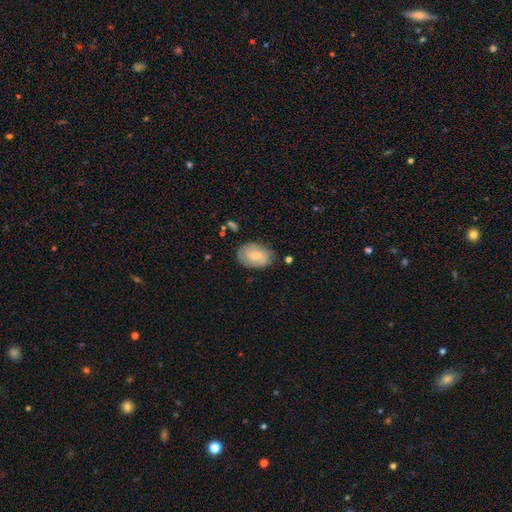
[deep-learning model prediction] Q: Smooth or featured?
A: smooth (59%); runner-up: featured or disk (33%)
Q: How rounded?
A: in between (83%); runner-up: round (16%)
Q: Merging?
A: none (70%); runner-up: minor disturbance (21%)